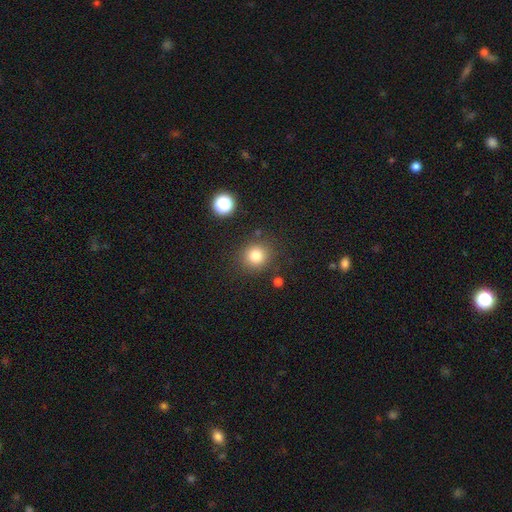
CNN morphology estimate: type=smooth (82%); roundness=round (90%); merging=none (85%).